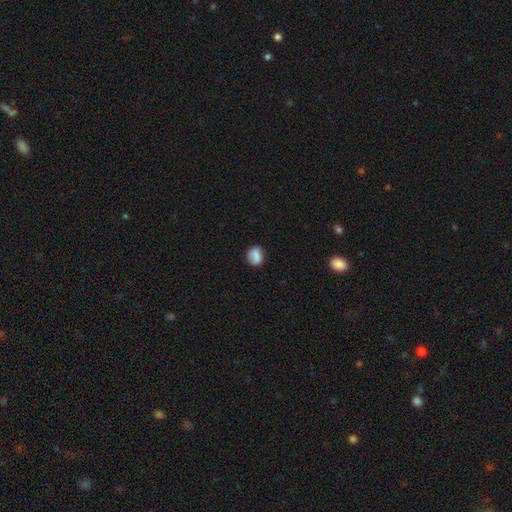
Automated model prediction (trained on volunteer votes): A smooth galaxy with no disk features (83%) that is round (57%). Merging: none (78%).